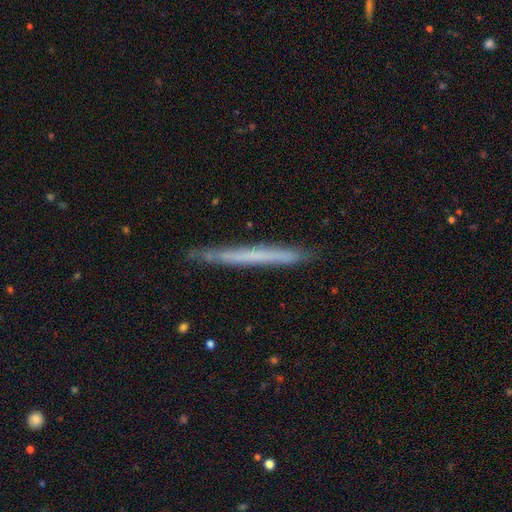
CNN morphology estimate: Smooth or featured?
  - smooth: 48% *
  - featured or disk: 45%
  - star or artifact: 6%
Merging?
  - none: 86% *
  - minor disturbance: 11%
  - major disturbance: 2%
  - merger: 1%